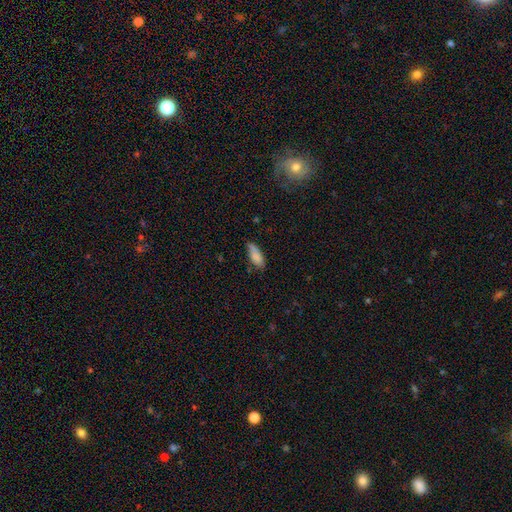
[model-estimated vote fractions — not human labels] The model was most divided on "merging": none: 55%, minor disturbance: 33%, major disturbance: 8%, merger: 4%. More confident: smooth or featured — smooth (83%); how rounded — in between (76%).